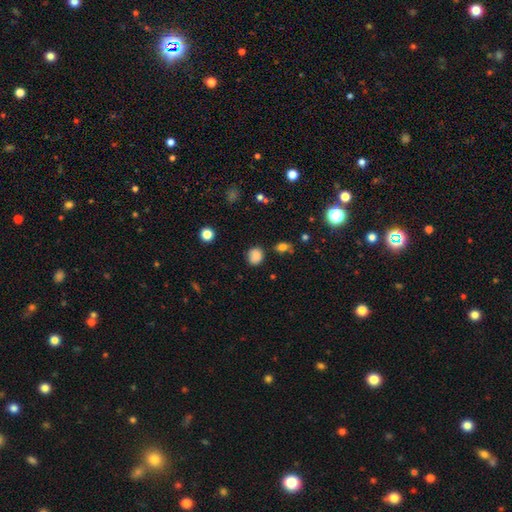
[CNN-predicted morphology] This appears to be a smooth galaxy with no disk features (83%) that is round (70%). Merging: none (75%).